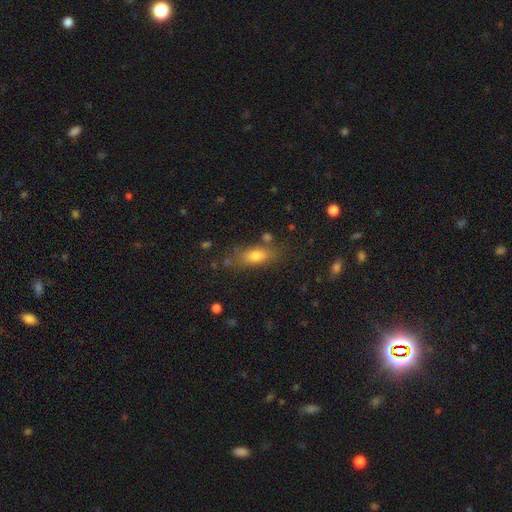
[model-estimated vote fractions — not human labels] Smooth or featured?
  - smooth: 72% *
  - featured or disk: 18%
  - star or artifact: 10%
How rounded?
  - in between: 70% *
  - cigar-shaped: 23%
  - round: 6%
Merging?
  - none: 71% *
  - minor disturbance: 17%
  - merger: 7%
  - major disturbance: 6%